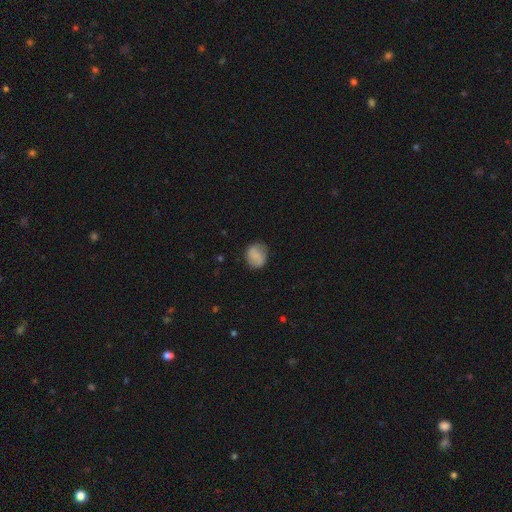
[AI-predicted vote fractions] The model was most divided on "how rounded": round: 66%, in between: 32%, cigar-shaped: 1%. More confident: smooth or featured — smooth (77%); merging — none (76%).